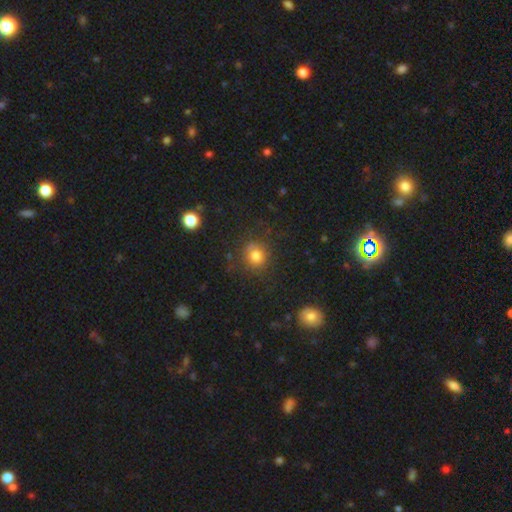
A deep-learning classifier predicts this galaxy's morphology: Overall: smooth (77%). How rounded: round (81%). Merging: none (78%).